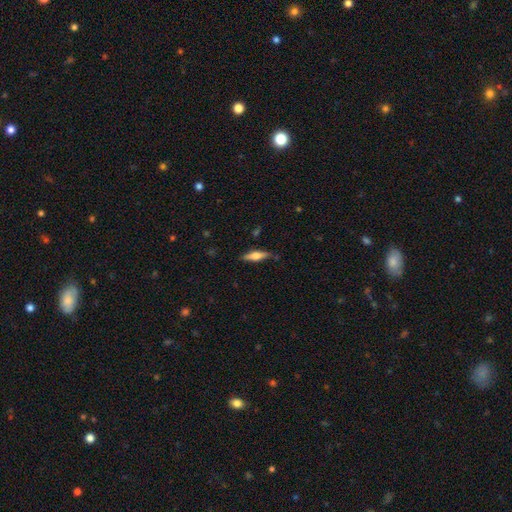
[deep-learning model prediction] Smooth or featured: featured or disk — 48% (smooth — 45%)
Merging: none — 80% (minor disturbance — 15%)